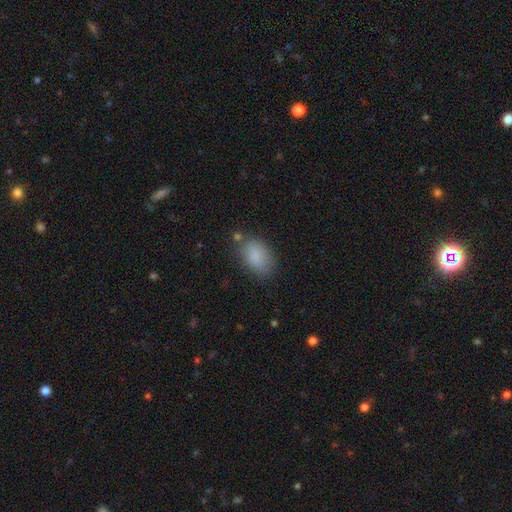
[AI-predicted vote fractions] Overall: smooth (86%). How rounded: in between (88%). Merging: none (73%).